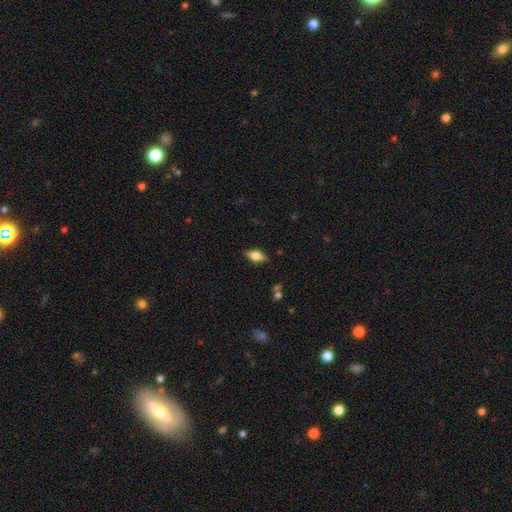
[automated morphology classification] This is possibly a smooth galaxy (53%). How rounded: likely in between (78%). Merging: clearly none (85%).